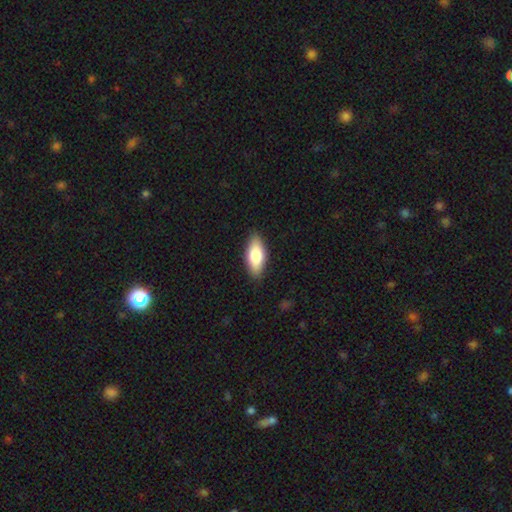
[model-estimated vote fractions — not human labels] smooth 78%, featured or disk 16%, star or artifact 6%. Down the decision tree: how rounded — in between (82%); merging — none (87%).